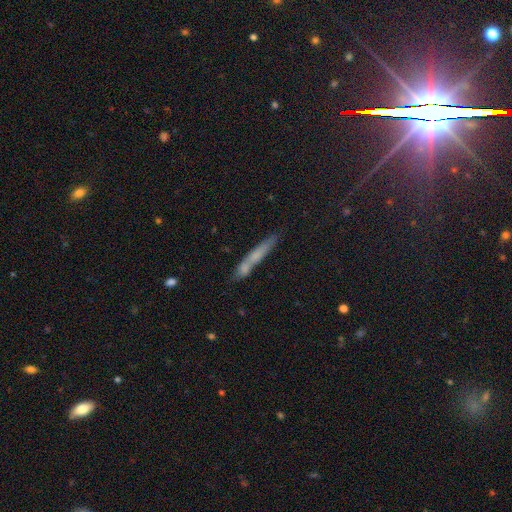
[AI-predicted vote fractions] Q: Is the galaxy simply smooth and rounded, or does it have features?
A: smooth — 57%.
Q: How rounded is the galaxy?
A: cigar-shaped — 94%.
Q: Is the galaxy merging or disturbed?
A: none — 68%.